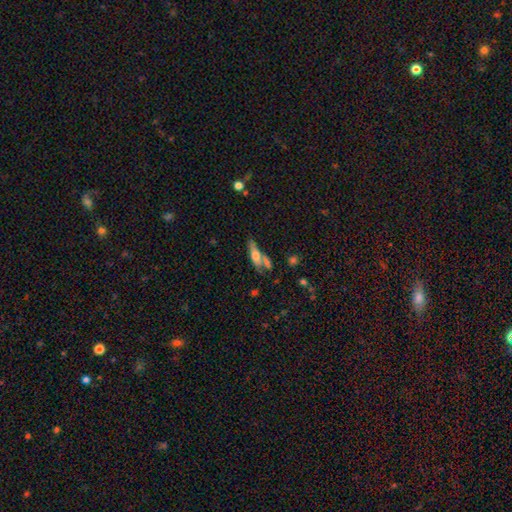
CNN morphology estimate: smooth-or-featured: smooth: 52% | featured or disk: 39% | star or artifact: 9%
  how-rounded: cigar-shaped: 55% | in between: 42% | round: 3%
  merging: none: 46% | merger: 27% | minor disturbance: 18% | major disturbance: 9%